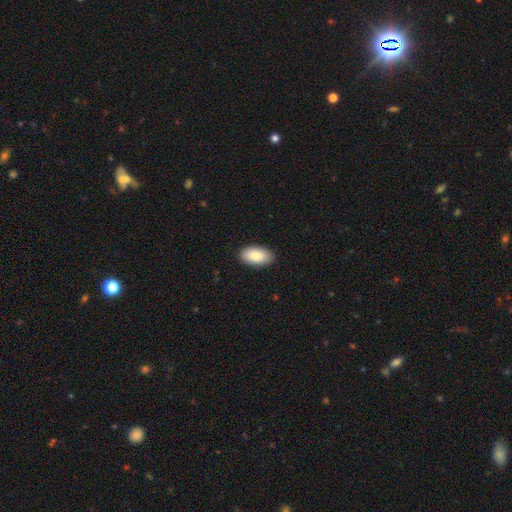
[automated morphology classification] Smooth or featured? smooth (87%)
How rounded? in between (95%)
Merging? none (89%)